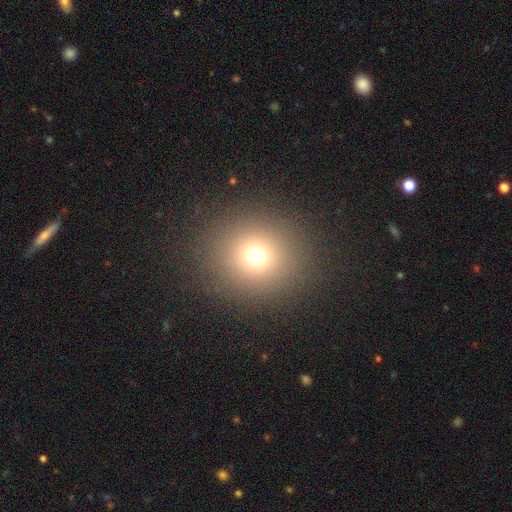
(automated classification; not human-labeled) Smooth or featured: smooth — 70% (star or artifact — 21%)
How rounded: round — 88% (in between — 11%)
Merging: none — 89% (minor disturbance — 6%)